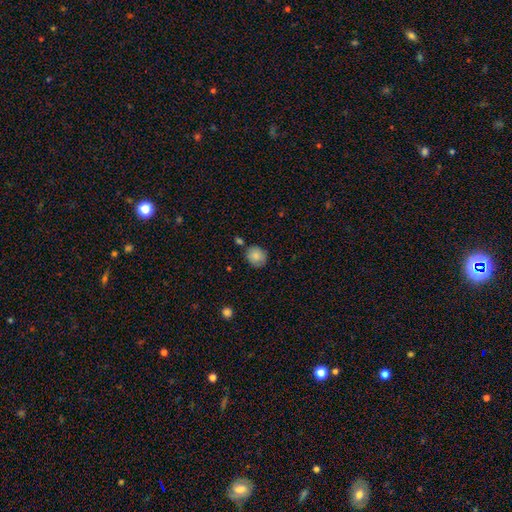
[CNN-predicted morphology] smooth_or_featured: smooth (p=0.83) [alt: featured or disk p=0.09]
how_rounded: round (p=0.78) [alt: in between p=0.21]
merging: none (p=0.73) [alt: minor disturbance p=0.17]